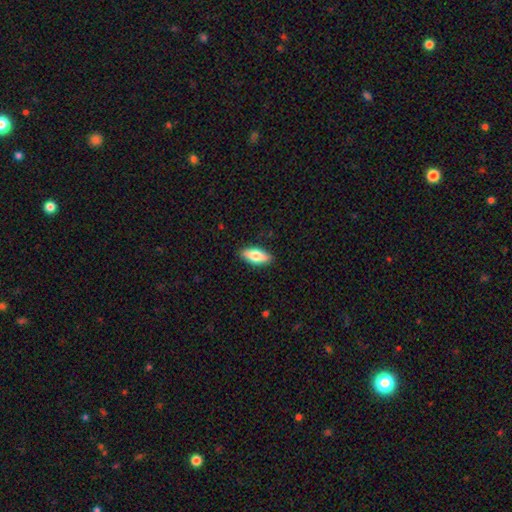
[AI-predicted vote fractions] The model was most divided on "smooth or featured": smooth: 77%, featured or disk: 17%, star or artifact: 6%. More confident: merging — none (89%); how rounded — in between (81%).